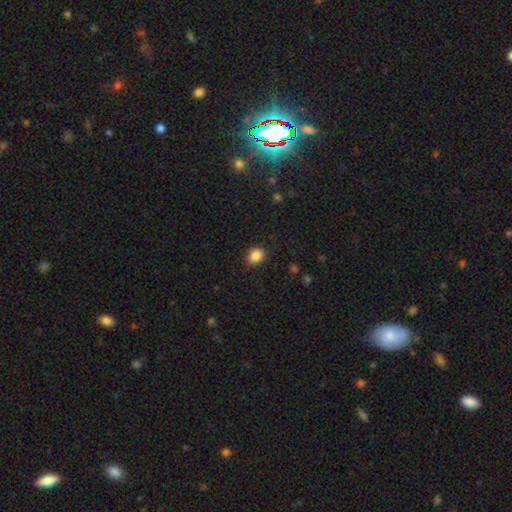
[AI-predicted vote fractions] This appears to be a smooth galaxy with no disk features (88%) that is round (52%). Merging: none (88%).